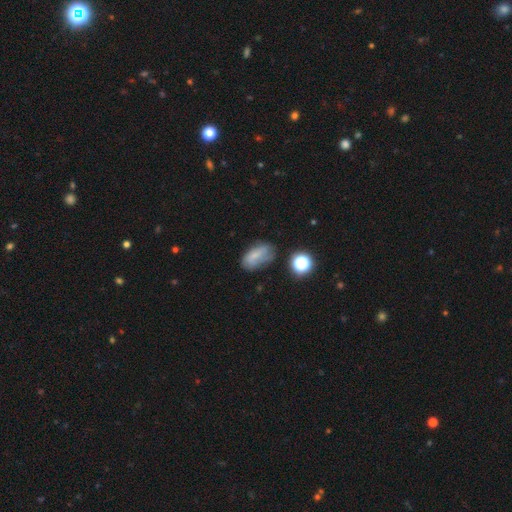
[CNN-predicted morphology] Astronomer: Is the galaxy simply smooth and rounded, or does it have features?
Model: smooth — 64%.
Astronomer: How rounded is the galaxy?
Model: in between — 87%.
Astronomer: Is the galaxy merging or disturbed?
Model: none — 58%.